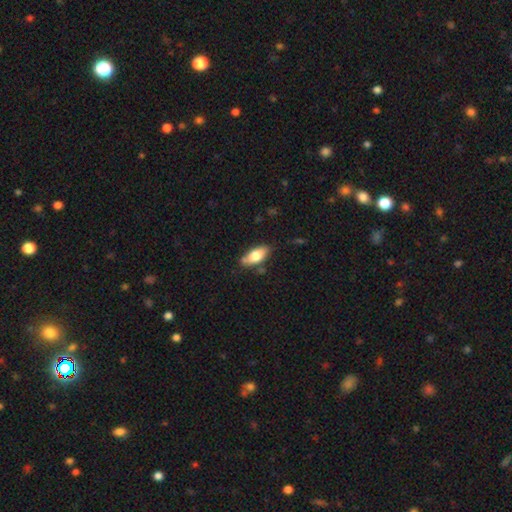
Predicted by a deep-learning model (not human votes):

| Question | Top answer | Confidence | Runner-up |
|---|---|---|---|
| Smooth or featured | smooth | 74% | featured or disk (19%) |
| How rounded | in between | 84% | cigar-shaped (13%) |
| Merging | none | 71% | minor disturbance (21%) |